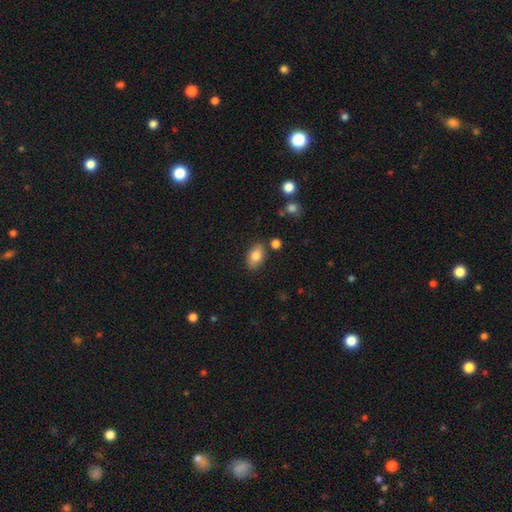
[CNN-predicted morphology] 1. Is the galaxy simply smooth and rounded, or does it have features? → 80% smooth, 12% featured or disk, 8% star or artifact.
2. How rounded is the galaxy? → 89% in between, 8% round, 2% cigar-shaped.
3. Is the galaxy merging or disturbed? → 82% none, 12% minor disturbance, 4% merger, 3% major disturbance.